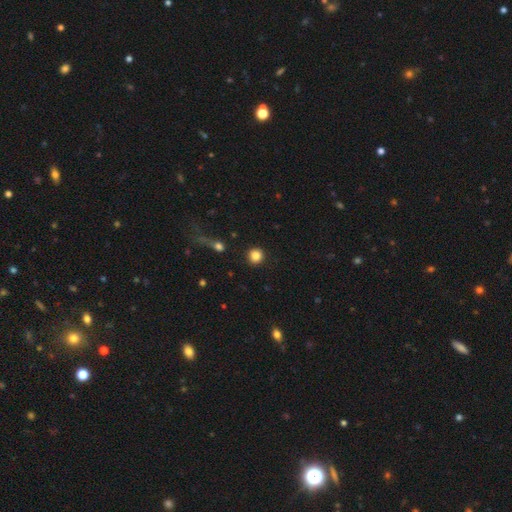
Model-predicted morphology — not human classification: A smooth galaxy with no disk features (85%) that is round (92%).

Vote fractions:
- Smooth or featured? smooth: 85% / star or artifact: 10% / featured or disk: 5%
- How rounded? round: 92% / in between: 7% / cigar-shaped: 1%
- Merging? none: 90% / minor disturbance: 5% / major disturbance: 2% / merger: 2%